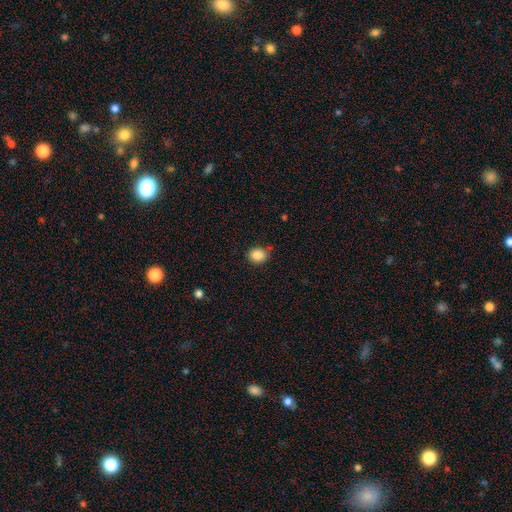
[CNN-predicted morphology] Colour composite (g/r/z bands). It shows a smooth galaxy with no disk features (87%) that is round (64%). Merging: none (78%).